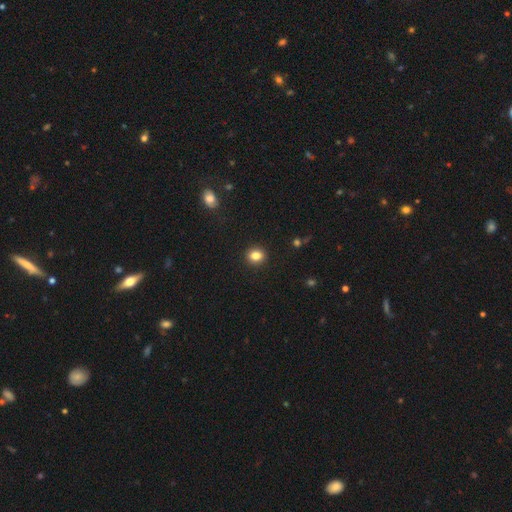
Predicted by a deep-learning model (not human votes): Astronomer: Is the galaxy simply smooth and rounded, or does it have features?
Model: smooth — 83%.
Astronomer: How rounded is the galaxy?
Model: round — 72%.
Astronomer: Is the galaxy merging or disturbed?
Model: none — 92%.